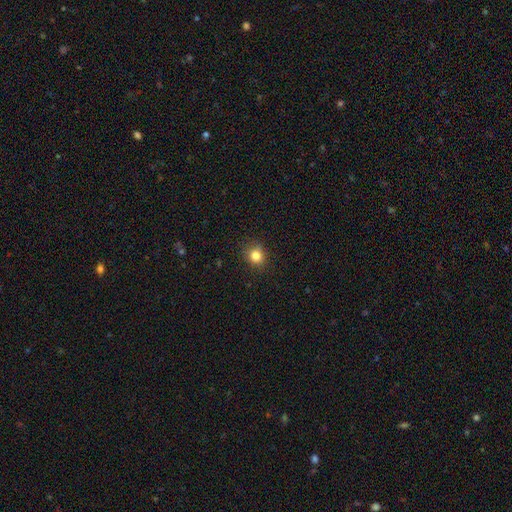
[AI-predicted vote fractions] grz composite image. It shows a smooth galaxy with no disk features (82%) that is round (76%). Merging: none (84%).